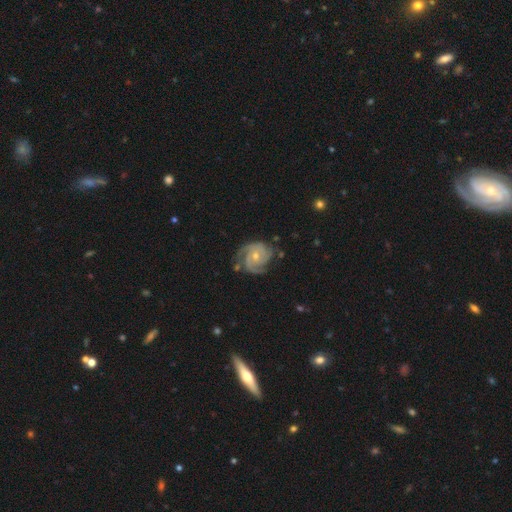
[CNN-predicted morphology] Smooth or featured?
  - featured or disk: 90% *
  - smooth: 5%
  - star or artifact: 4%
Edge-on disk?
  - no: 98% *
  - yes: 2%
Bar?
  - no: 72% *
  - weak: 23%
  - strong: 5%
Spiral arms?
  - yes: 98% *
  - no: 2%
Spiral winding?
  - tight: 61% *
  - medium: 33%
  - loose: 6%
Spiral arm count?
  - 3: 49% *
  - 2: 25%
  - can't tell: 9%
  - 4: 8%
  - 1: 4%
  - more than 4: 4%
Bulge size?
  - small: 52% *
  - moderate: 45%
  - none: 1%
  - large: 1%
  - dominant: 1%
Merging?
  - none: 68% *
  - minor disturbance: 22%
  - major disturbance: 8%
  - merger: 3%